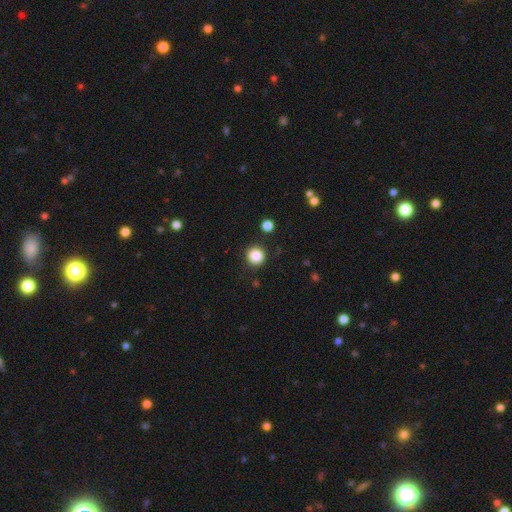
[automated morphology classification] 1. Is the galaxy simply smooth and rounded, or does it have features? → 86% smooth, 11% star or artifact, 3% featured or disk.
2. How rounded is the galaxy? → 94% round, 5% in between, 1% cigar-shaped.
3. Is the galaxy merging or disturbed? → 89% none, 6% minor disturbance, 2% major disturbance, 2% merger.